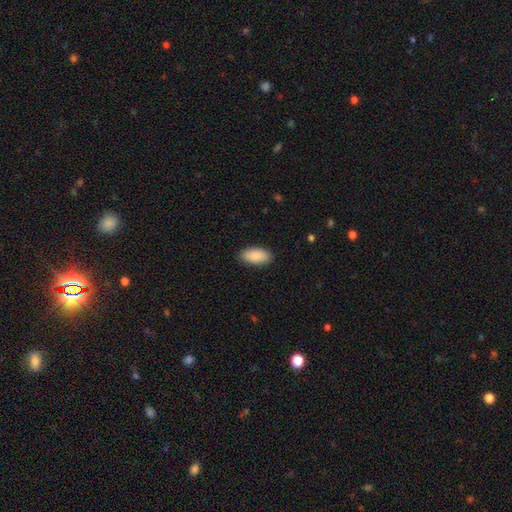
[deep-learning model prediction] A smooth galaxy with no disk features (89%) that is in between round and cigar-shaped (92%).

Vote fractions:
- Smooth or featured? smooth: 89% / star or artifact: 6% / featured or disk: 5%
- How rounded? in between: 92% / cigar-shaped: 6% / round: 2%
- Merging? none: 87% / minor disturbance: 10% / major disturbance: 2% / merger: 1%